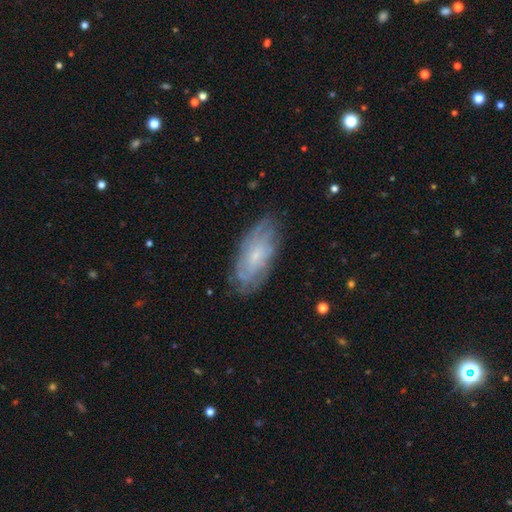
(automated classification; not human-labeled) Smooth or featured? Predicted: featured or disk (p=0.64). Edge-on disk? Predicted: no (p=0.90). Bar? Predicted: no (p=0.64). Spiral arms? Predicted: yes (p=0.84). Bulge size? Predicted: small (p=0.71). Merging? Predicted: none (p=0.77).